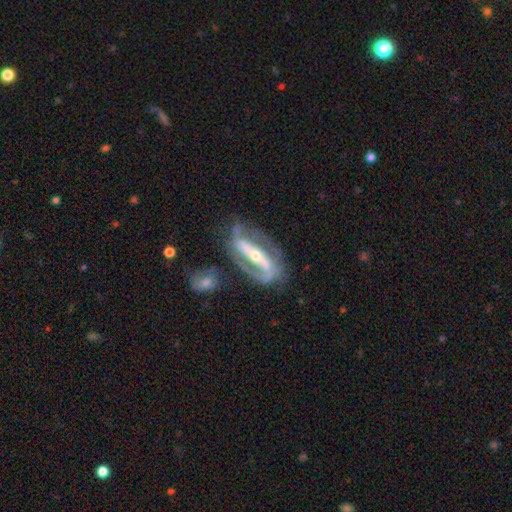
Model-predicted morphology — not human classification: smooth_or_featured: featured or disk (p=0.86) [alt: smooth p=0.09]
disk_edge_on: no (p=0.88) [alt: yes p=0.12]
bar: strong (p=0.71) [alt: weak p=0.15]
has_spiral_arms: yes (p=0.87) [alt: no p=0.13]
spiral_winding: medium (p=0.43) [alt: tight p=0.36]
spiral_arm_count: 2 (p=0.84) [alt: can't tell p=0.07]
bulge_size: small (p=0.48) [alt: moderate p=0.47]
merging: none (p=0.66) [alt: minor disturbance p=0.18]